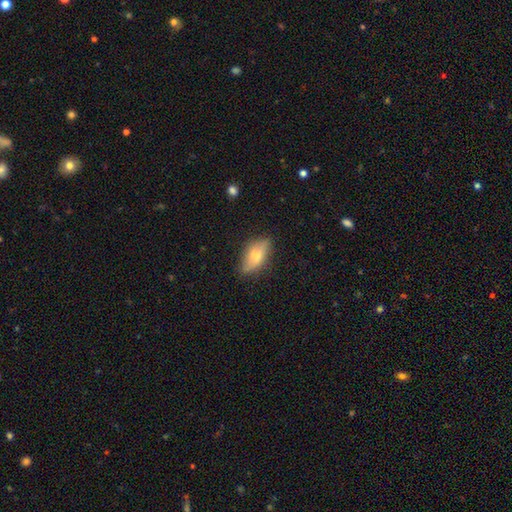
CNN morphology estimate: Smooth or featured? smooth (58%)
How rounded? in between (80%)
Merging? none (69%)